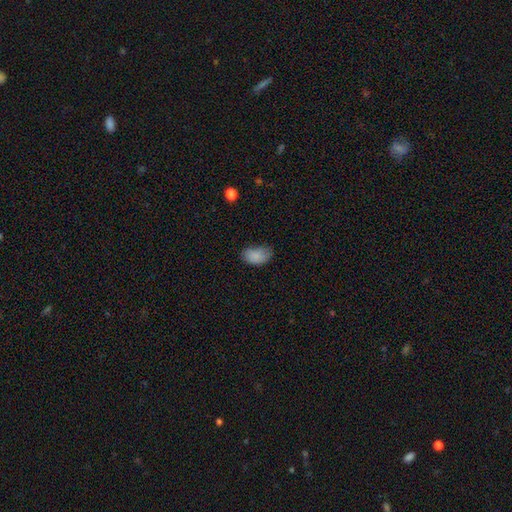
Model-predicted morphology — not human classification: smooth-or-featured: smooth: 85% | star or artifact: 8% | featured or disk: 7%
  how-rounded: in between: 91% | round: 8% | cigar-shaped: 1%
  merging: none: 53% | minor disturbance: 36% | major disturbance: 9% | merger: 2%